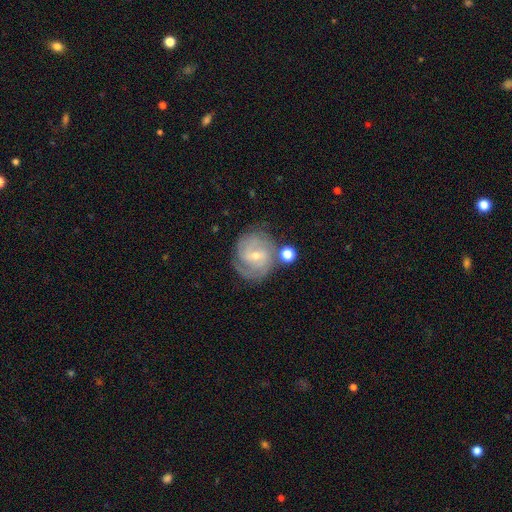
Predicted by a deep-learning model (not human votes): A featured or disk galaxy (80%) with a weak bar (56%), 2 (31%) tight (58%) spiral arms (95%) and a small central bulge (63%).

Vote fractions:
- Smooth or featured? featured or disk: 80% / smooth: 13% / star or artifact: 6%
- Edge-on disk? no: 98% / yes: 2%
- Bar? weak: 56% / no: 29% / strong: 14%
- Spiral arms? yes: 95% / no: 5%
- Spiral winding? tight: 58% / medium: 35% / loose: 8%
- Spiral arm count? 2: 31% / 3: 28% / can't tell: 23% / 4: 9% / 1: 4% / more than 4: 4%
- Bulge size? small: 63% / moderate: 33% / none: 2% / large: 1% / dominant: 1%
- Merging? none: 67% / minor disturbance: 17% / merger: 9% / major disturbance: 7%